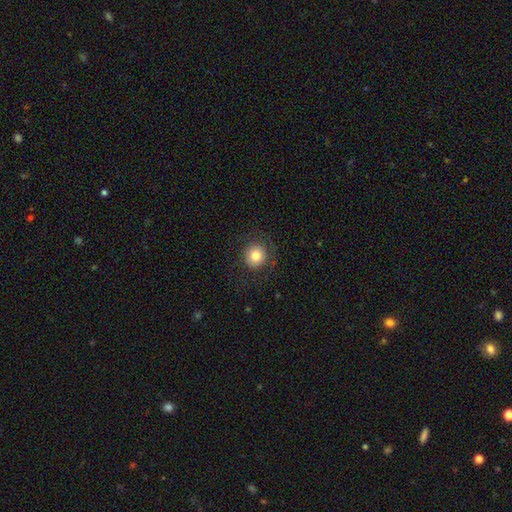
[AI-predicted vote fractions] Smooth or featured? Predicted: smooth (p=0.78). How rounded? Predicted: round (p=0.91). Merging? Predicted: none (p=0.82).